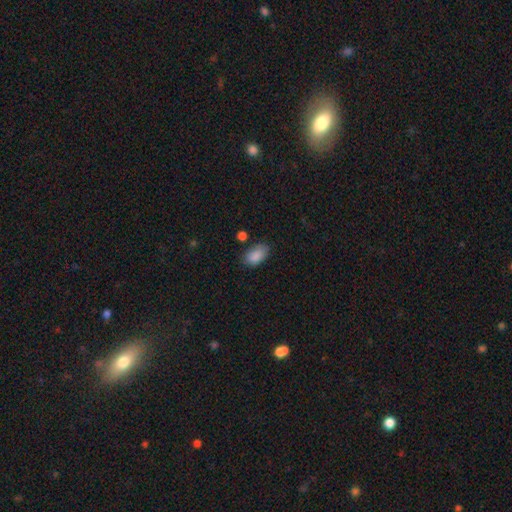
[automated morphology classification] This appears to be a smooth galaxy with no disk features (88%) that is in between round and cigar-shaped (92%). Merging: none (74%).